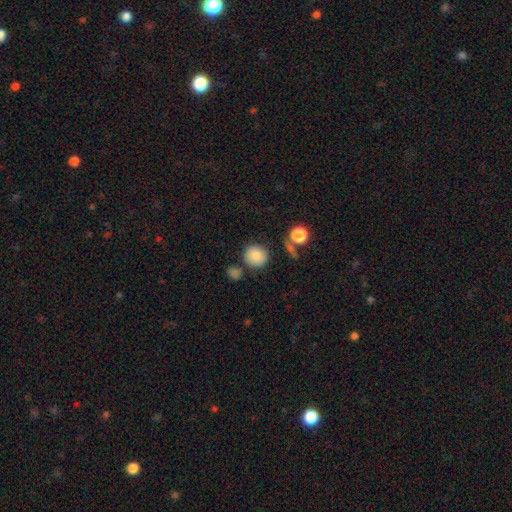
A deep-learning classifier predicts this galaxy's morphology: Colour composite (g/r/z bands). It shows a smooth galaxy with no disk features (83%) that is round (90%). Merging: none (79%).